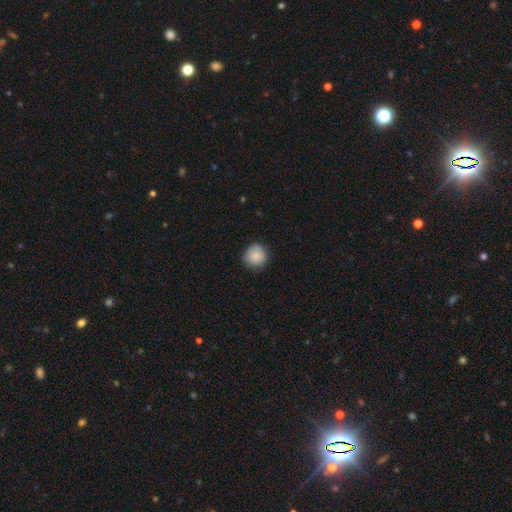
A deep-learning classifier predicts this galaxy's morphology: A smooth galaxy with no disk features (86%) that is round (92%). Merging: none (85%).